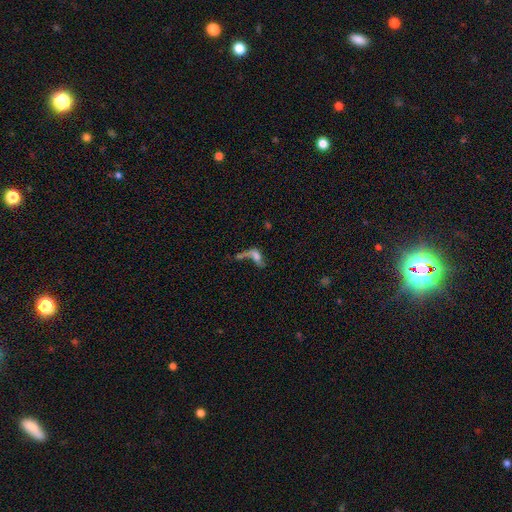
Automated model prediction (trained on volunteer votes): smooth_or_featured: smooth (p=0.43) [alt: featured or disk p=0.42]
merging: merger (p=0.36) [alt: major disturbance p=0.34]